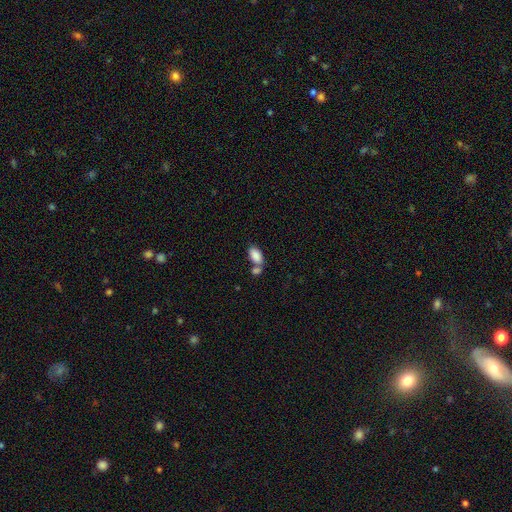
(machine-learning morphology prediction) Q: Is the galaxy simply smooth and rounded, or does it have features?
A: smooth — 86%.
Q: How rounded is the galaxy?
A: in between — 94%.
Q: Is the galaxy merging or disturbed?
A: merger — 46%.